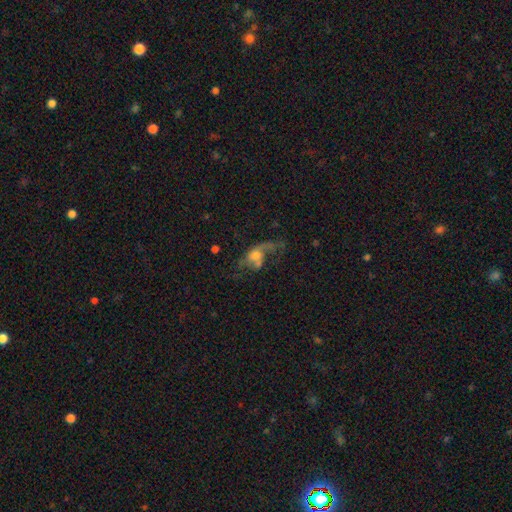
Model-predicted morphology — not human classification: Smooth or featured: featured or disk — 51% (smooth — 37%)
Edge-on disk: no — 91% (yes — 9%)
Merging: major disturbance — 48% (none — 23%)